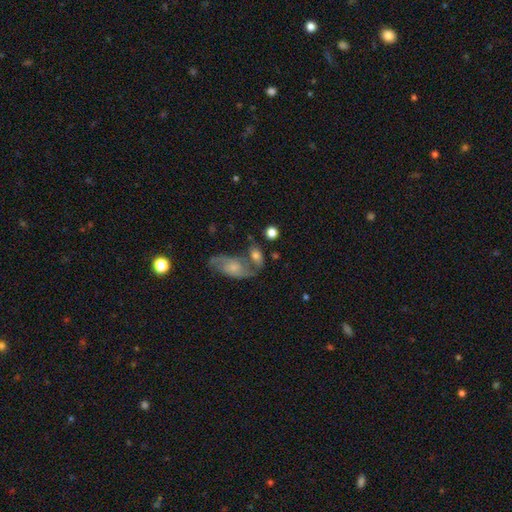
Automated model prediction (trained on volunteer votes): Morphology: type=smooth (59%); roundness=in between (70%); merging=none (43%).